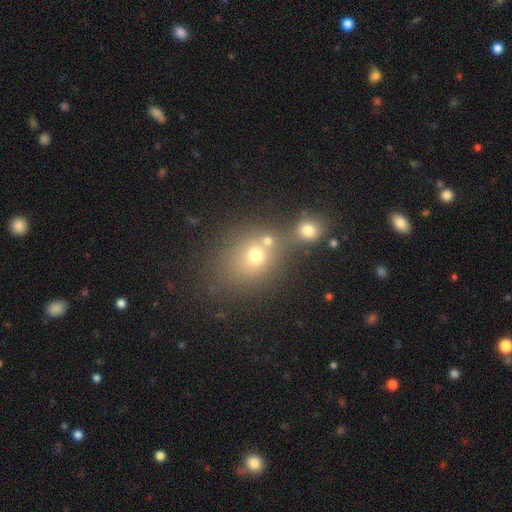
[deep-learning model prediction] This is likely a smooth galaxy (67%). How rounded: likely round (63%). Merging: possibly merger (46%).